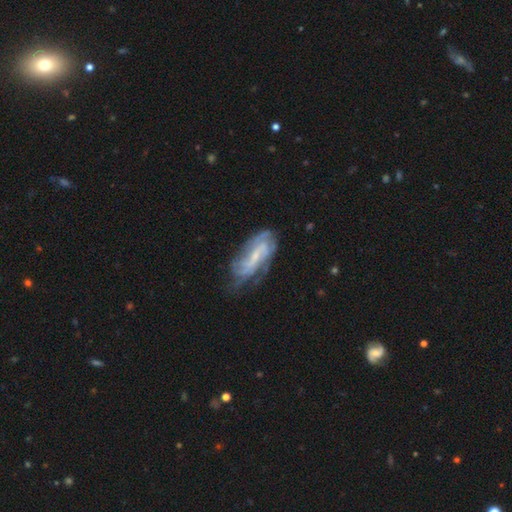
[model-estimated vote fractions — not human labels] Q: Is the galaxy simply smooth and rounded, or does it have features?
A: featured or disk — 78%.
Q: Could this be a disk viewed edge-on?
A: no — 92%.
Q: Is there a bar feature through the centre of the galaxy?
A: weak — 44%.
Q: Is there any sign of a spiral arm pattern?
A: yes — 88%.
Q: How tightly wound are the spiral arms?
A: tight — 44%.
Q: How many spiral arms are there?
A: can't tell — 39%.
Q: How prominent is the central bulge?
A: small — 59%.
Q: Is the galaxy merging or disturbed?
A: none — 59%.